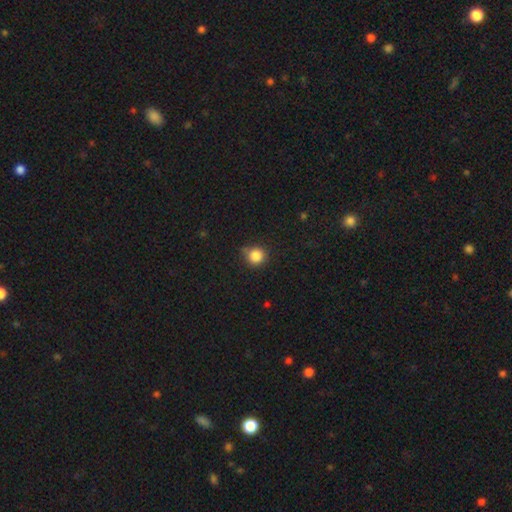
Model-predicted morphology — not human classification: Smooth or featured?
  - smooth: 84% *
  - star or artifact: 11%
  - featured or disk: 4%
How rounded?
  - round: 92% *
  - in between: 7%
  - cigar-shaped: 1%
Merging?
  - none: 79% *
  - minor disturbance: 15%
  - merger: 4%
  - major disturbance: 3%